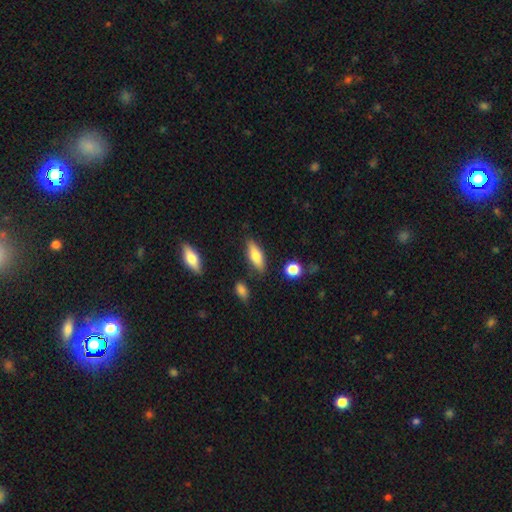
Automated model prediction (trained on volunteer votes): smooth 68%, featured or disk 25%, star or artifact 7%. Down the decision tree: how rounded — in between (60%); merging — none (80%).